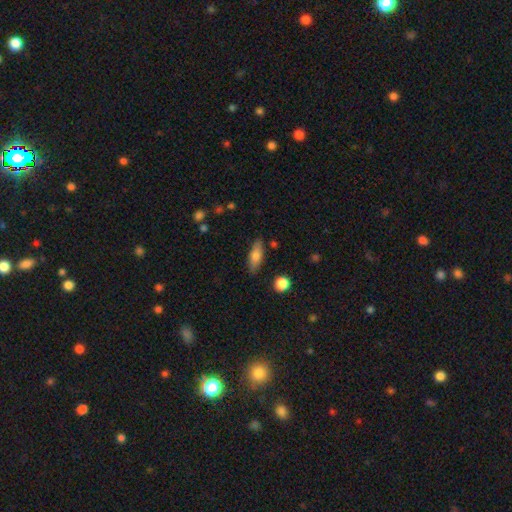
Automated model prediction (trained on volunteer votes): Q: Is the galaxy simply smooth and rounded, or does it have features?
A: smooth — 74%.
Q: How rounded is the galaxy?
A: in between — 65%.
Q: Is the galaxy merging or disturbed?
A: none — 84%.